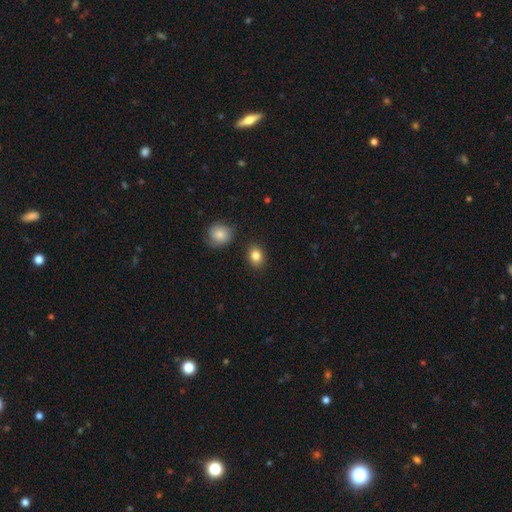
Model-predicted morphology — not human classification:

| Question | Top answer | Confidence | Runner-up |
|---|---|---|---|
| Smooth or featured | smooth | 84% | star or artifact (9%) |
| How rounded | in between | 53% | round (46%) |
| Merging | none | 85% | minor disturbance (9%) |